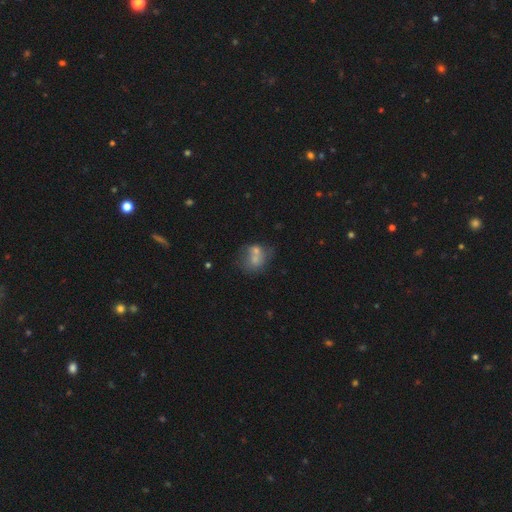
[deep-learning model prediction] Smooth or featured? smooth (61%)
How rounded? round (54%)
Merging? merger (52%)